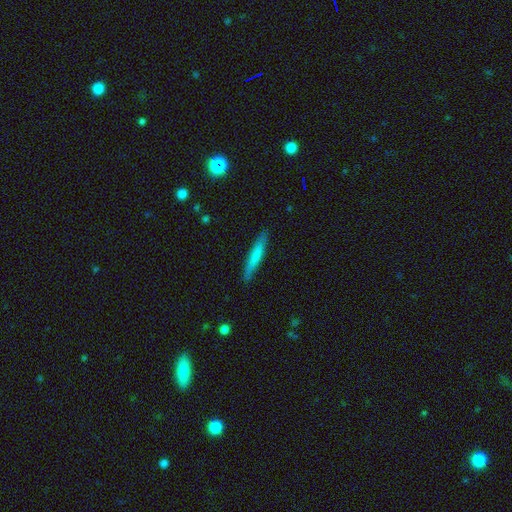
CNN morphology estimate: smooth_or_featured: smooth (p=0.71) [alt: featured or disk p=0.24]
how_rounded: cigar-shaped (p=0.94) [alt: in between p=0.05]
merging: none (p=0.88) [alt: minor disturbance p=0.09]